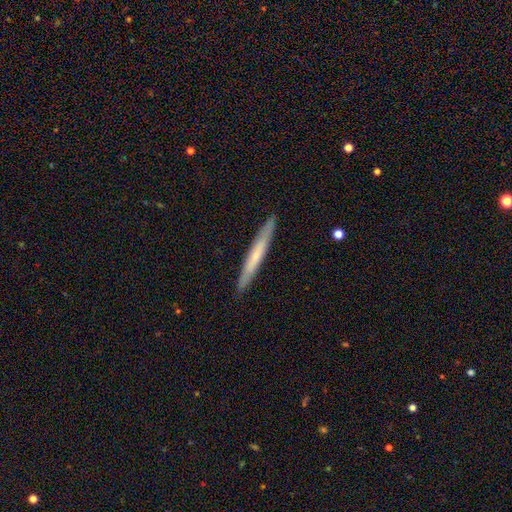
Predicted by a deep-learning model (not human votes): The model was most divided on "smooth or featured": smooth: 54%, featured or disk: 41%, star or artifact: 5%. More confident: how rounded — cigar-shaped (96%); merging — none (91%).